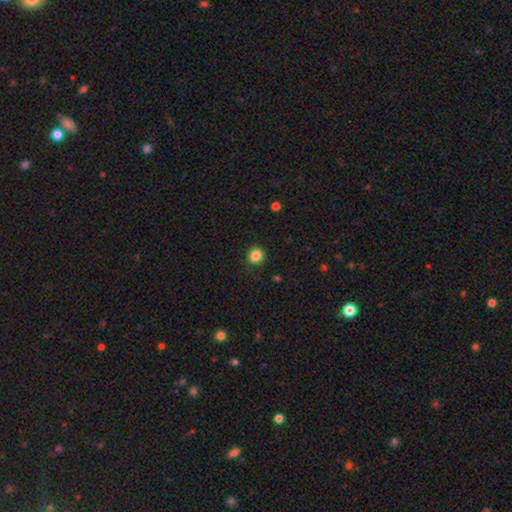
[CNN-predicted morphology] A smooth galaxy with no disk features (85%) that is round (90%). Merging: none (89%).